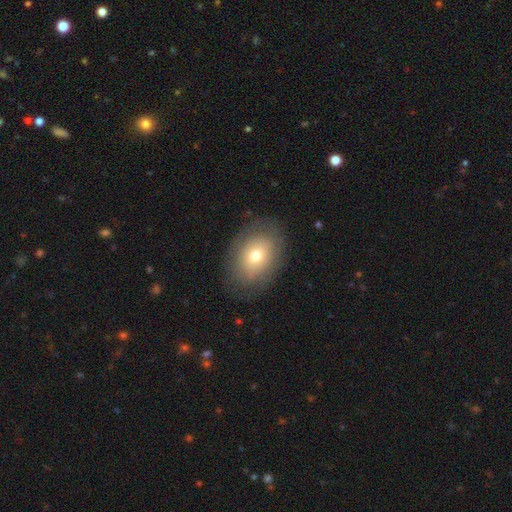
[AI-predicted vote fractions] Smooth or featured? smooth (68%)
How rounded? in between (71%)
Merging? none (80%)